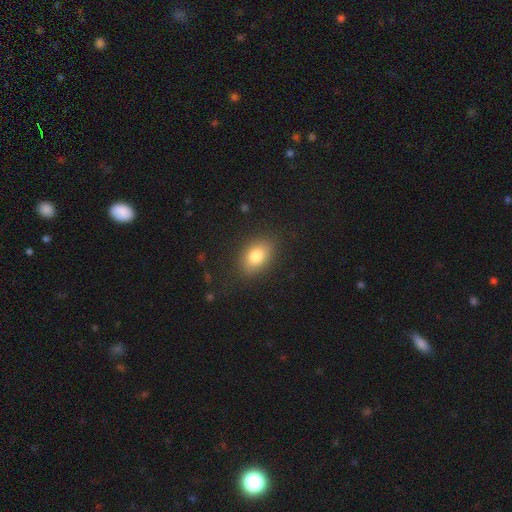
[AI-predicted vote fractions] Smooth or featured?
  - smooth: 80% *
  - featured or disk: 10%
  - star or artifact: 9%
How rounded?
  - in between: 81% *
  - round: 17%
  - cigar-shaped: 2%
Merging?
  - none: 85% *
  - minor disturbance: 10%
  - major disturbance: 4%
  - merger: 1%